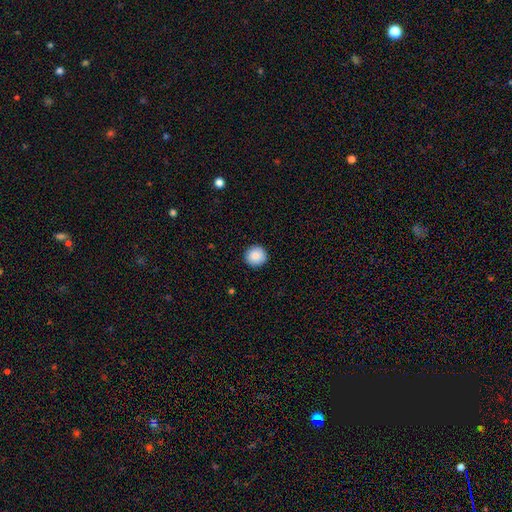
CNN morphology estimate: type=smooth (87%); roundness=round (94%); merging=none (92%).